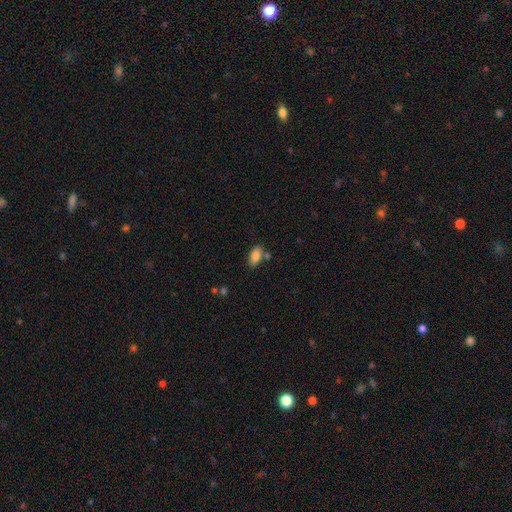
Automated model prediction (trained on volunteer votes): Smooth or featured?
  - smooth: 86% *
  - star or artifact: 8%
  - featured or disk: 6%
How rounded?
  - in between: 90% *
  - cigar-shaped: 7%
  - round: 3%
Merging?
  - none: 72% *
  - minor disturbance: 14%
  - merger: 10%
  - major disturbance: 3%